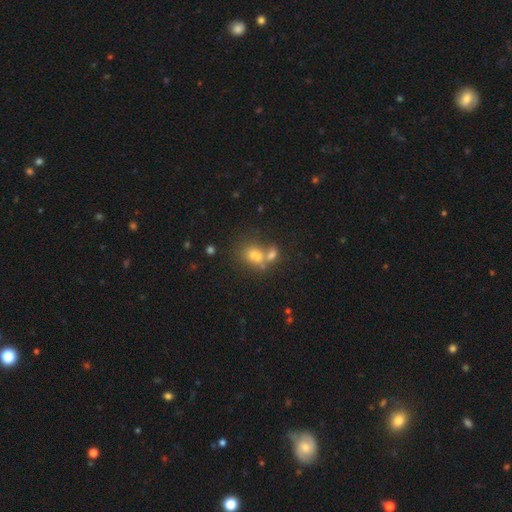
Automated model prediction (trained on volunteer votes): smooth 73%, star or artifact 14%, featured or disk 13%. Down the decision tree: how rounded — in between (56%); merging — merger (47%).